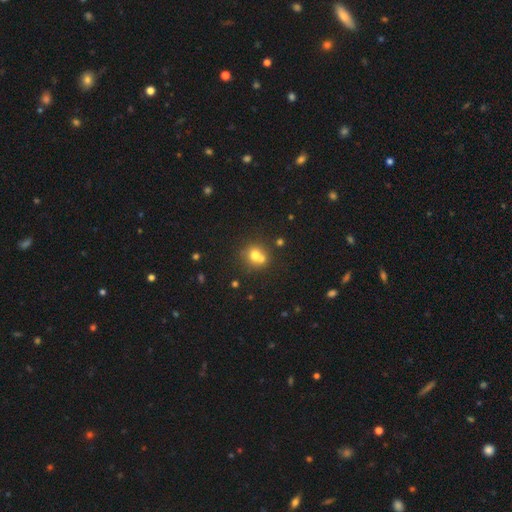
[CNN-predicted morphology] Q: Smooth or featured?
A: smooth (67%); runner-up: featured or disk (19%)
Q: How rounded?
A: round (81%); runner-up: in between (18%)
Q: Merging?
A: merger (46%); runner-up: none (42%)